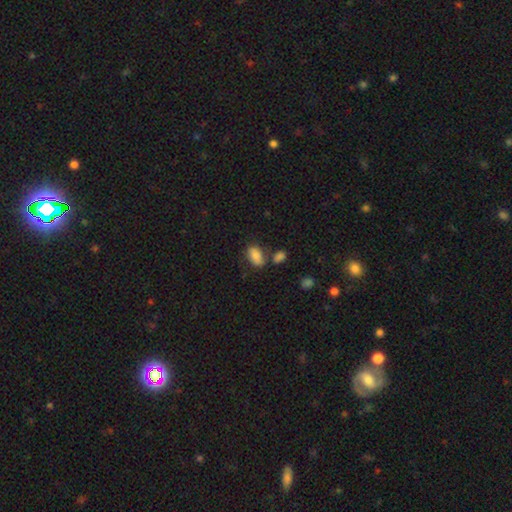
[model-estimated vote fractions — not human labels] This appears to be a smooth galaxy with no disk features (83%) that is in between round and cigar-shaped (91%). Merging: none (64%).